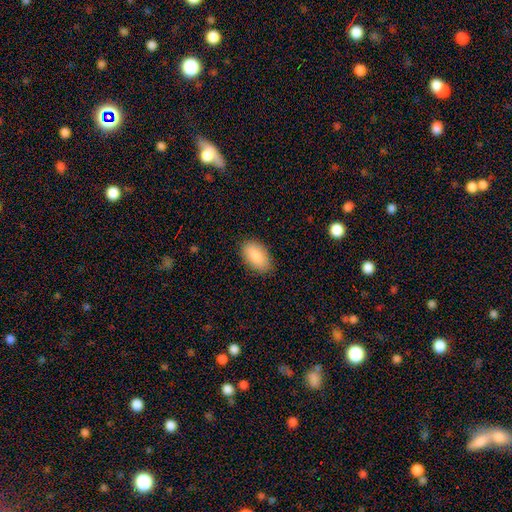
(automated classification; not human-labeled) Morphology: type=smooth (87%); roundness=in between (95%); merging=none (87%).